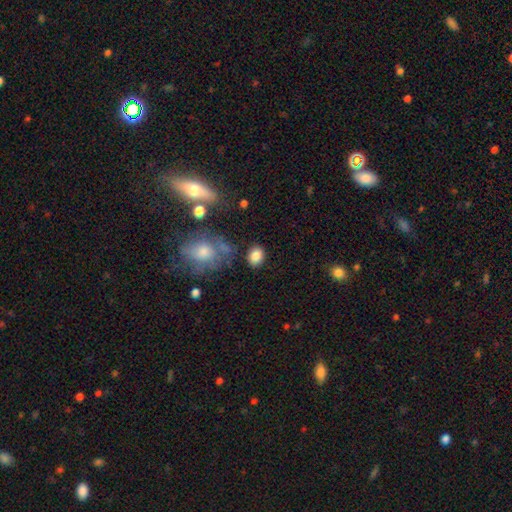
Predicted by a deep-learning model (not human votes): Morphology: type=smooth (85%); roundness=in between (60%); merging=none (81%).